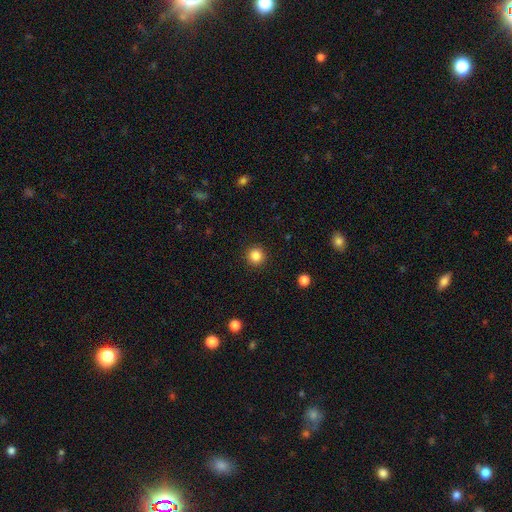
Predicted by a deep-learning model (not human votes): This is clearly a smooth galaxy (85%). How rounded: clearly round (95%). Merging: clearly none (92%).